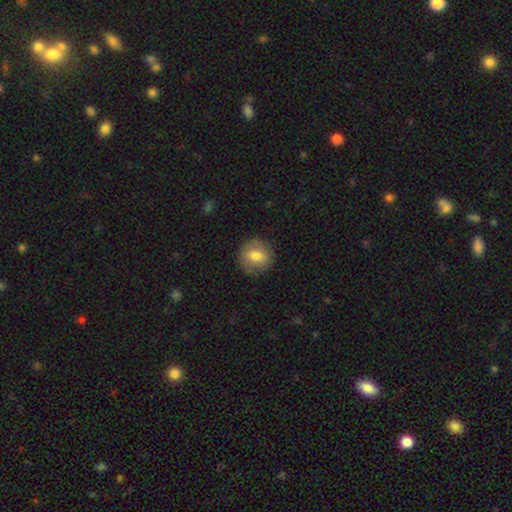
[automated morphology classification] A smooth galaxy with no disk features (73%) that is round (86%).

Vote fractions:
- Smooth or featured? smooth: 73% / featured or disk: 19% / star or artifact: 8%
- How rounded? round: 86% / in between: 13% / cigar-shaped: 1%
- Merging? none: 84% / minor disturbance: 11% / major disturbance: 3% / merger: 1%